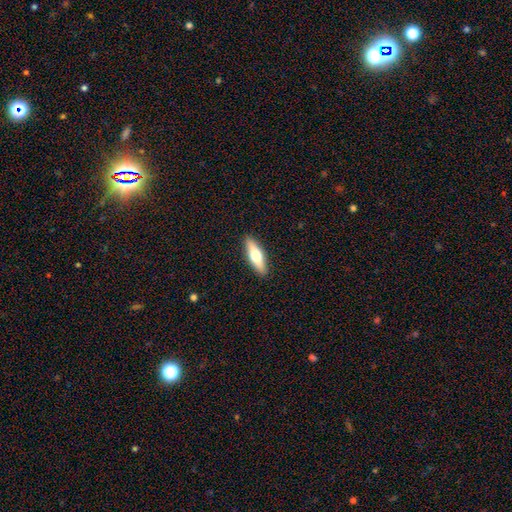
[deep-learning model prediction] Smooth or featured? smooth (58%)
How rounded? cigar-shaped (56%)
Merging? none (90%)